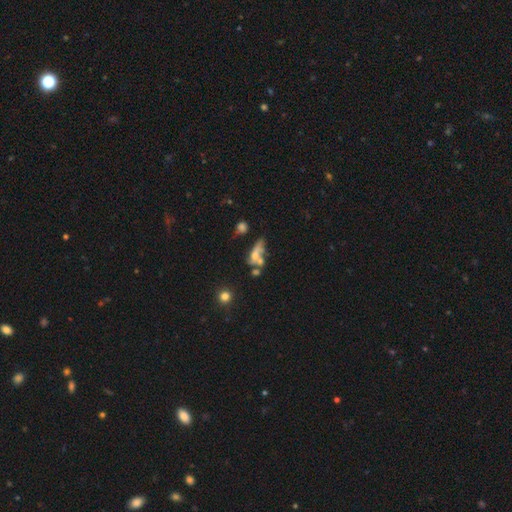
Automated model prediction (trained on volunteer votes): Overall: smooth (45%; featured or disk 41%). Merging: merger (43%; major disturbance 22%).